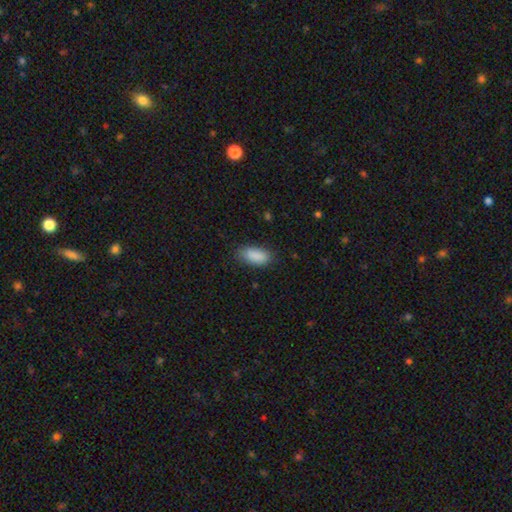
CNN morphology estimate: Smooth or featured: smooth — 89% (star or artifact — 7%)
How rounded: in between — 90% (cigar-shaped — 7%)
Merging: none — 81% (minor disturbance — 15%)